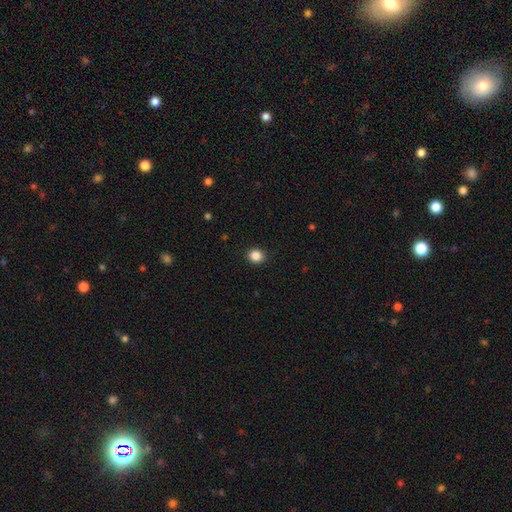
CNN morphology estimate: Smooth or featured? Predicted: smooth (p=0.86). How rounded? Predicted: round (p=0.78). Merging? Predicted: none (p=0.91).